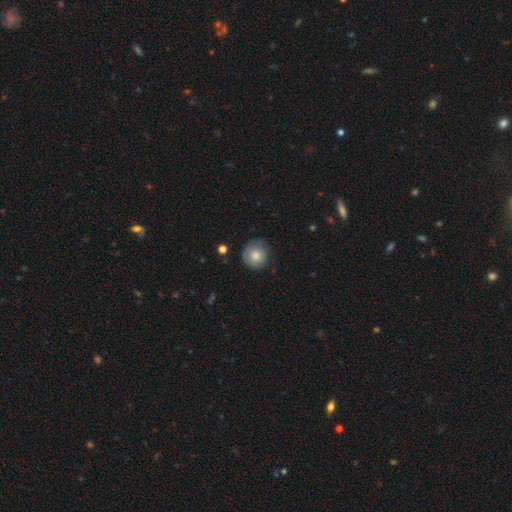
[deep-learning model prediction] smooth_or_featured: smooth (p=0.78) [alt: featured or disk p=0.14]
how_rounded: round (p=0.90) [alt: in between p=0.09]
merging: none (p=0.75) [alt: minor disturbance p=0.19]